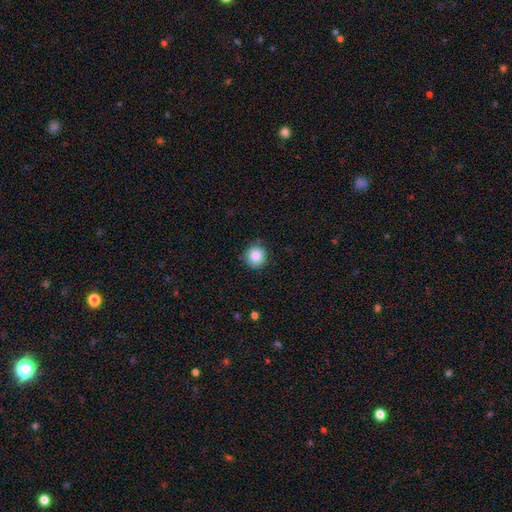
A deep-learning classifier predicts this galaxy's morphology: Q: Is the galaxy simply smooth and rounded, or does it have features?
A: smooth — 86%.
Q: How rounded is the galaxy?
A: round — 93%.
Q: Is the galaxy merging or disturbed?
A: none — 86%.